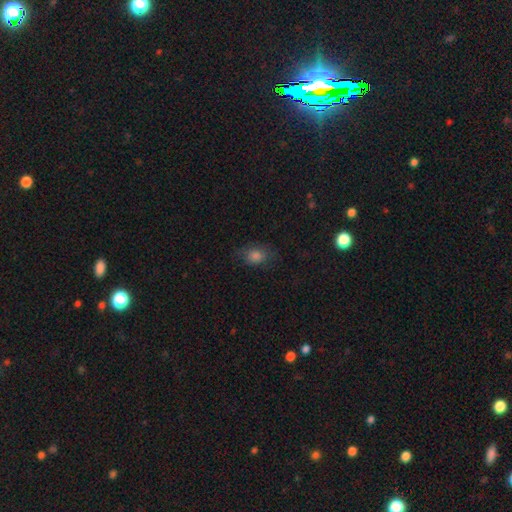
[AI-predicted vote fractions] smooth-or-featured: smooth: 74% | star or artifact: 15% | featured or disk: 11%
  how-rounded: in between: 66% | round: 33% | cigar-shaped: 2%
  merging: none: 72% | minor disturbance: 19% | major disturbance: 7% | merger: 1%